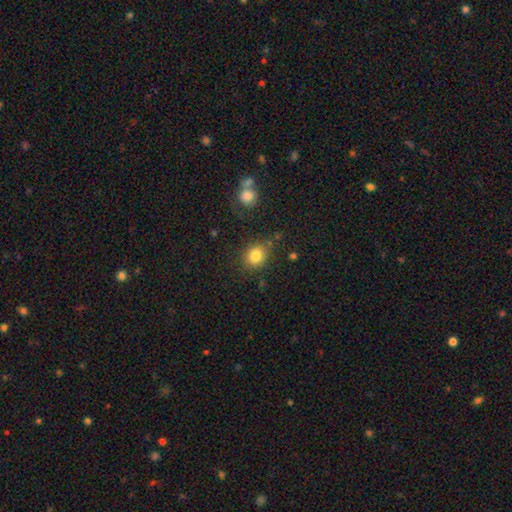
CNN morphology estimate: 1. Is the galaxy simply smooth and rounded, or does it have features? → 83% smooth, 11% star or artifact, 6% featured or disk.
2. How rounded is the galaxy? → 67% round, 32% in between, 1% cigar-shaped.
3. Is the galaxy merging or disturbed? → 76% none, 14% minor disturbance, 5% merger, 4% major disturbance.